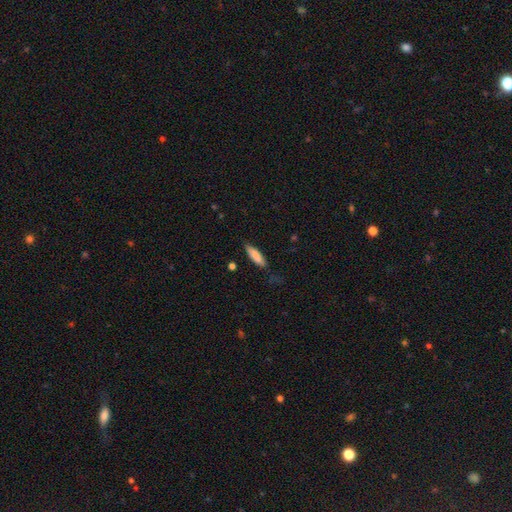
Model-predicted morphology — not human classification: Smooth or featured? smooth (83%)
How rounded? cigar-shaped (59%)
Merging? none (71%)